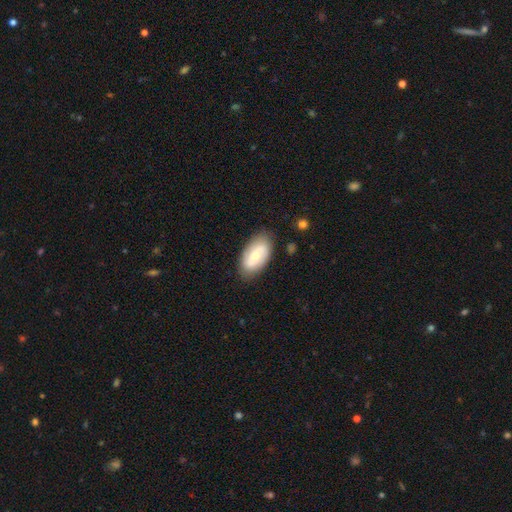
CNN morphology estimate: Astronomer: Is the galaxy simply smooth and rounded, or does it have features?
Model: smooth — 53% (runner-up: featured or disk, 41%).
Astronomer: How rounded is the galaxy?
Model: in between — 94%.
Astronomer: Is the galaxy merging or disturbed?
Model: none — 82%.